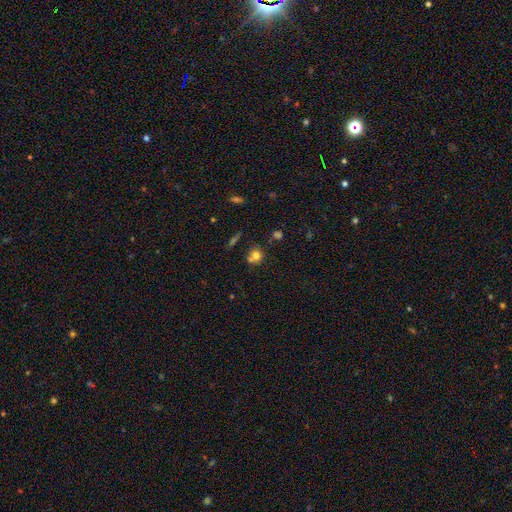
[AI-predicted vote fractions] Q: Smooth or featured?
A: smooth (73%); runner-up: star or artifact (14%)
Q: How rounded?
A: round (79%); runner-up: in between (19%)
Q: Merging?
A: none (50%); runner-up: merger (33%)